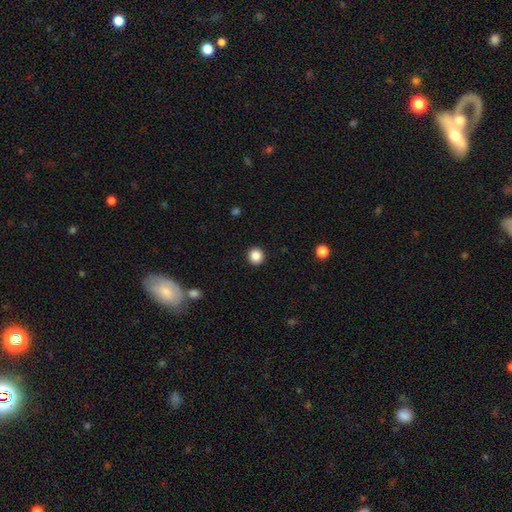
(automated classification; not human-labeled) Morphology: type=smooth (87%); roundness=round (93%); merging=none (93%).